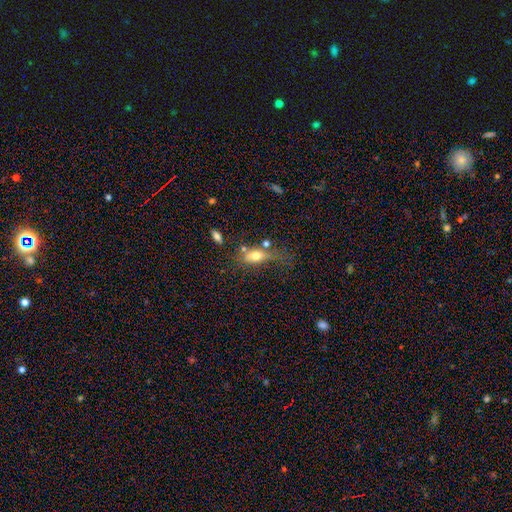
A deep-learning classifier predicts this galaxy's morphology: smooth-or-featured: smooth: 67% | featured or disk: 22% | star or artifact: 10%
  how-rounded: in between: 72% | cigar-shaped: 19% | round: 8%
  merging: none: 33% | major disturbance: 28% | minor disturbance: 23% | merger: 15%